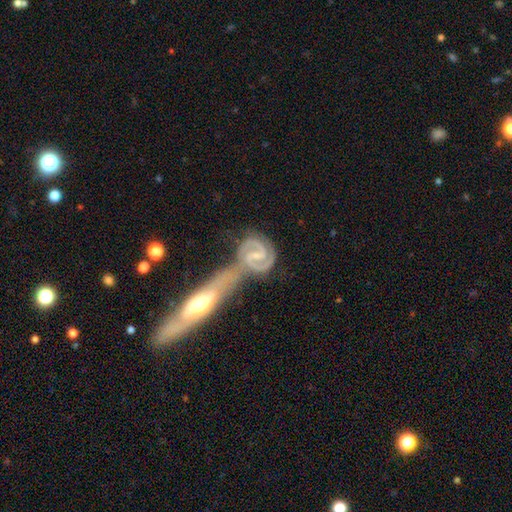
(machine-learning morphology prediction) This appears to be a featured or disk galaxy (91%) with a weak bar (45%), 2 (92%) medium (48%) spiral arms (98%) and a small central bulge (65%). Merging: merger (52%).